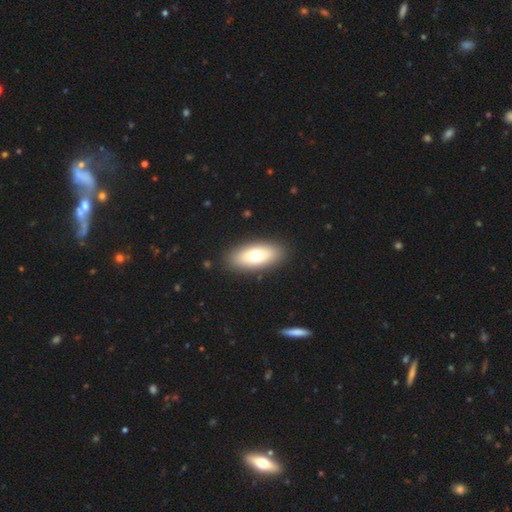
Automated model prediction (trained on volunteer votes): smooth 69%, featured or disk 24%, star or artifact 7%. Down the decision tree: how rounded — in between (85%); merging — none (89%).